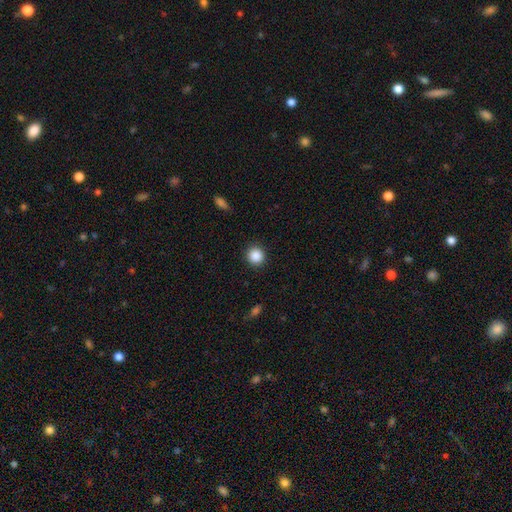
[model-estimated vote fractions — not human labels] smooth 88%, star or artifact 9%, featured or disk 3%. Down the decision tree: how rounded — round (93%); merging — none (91%).